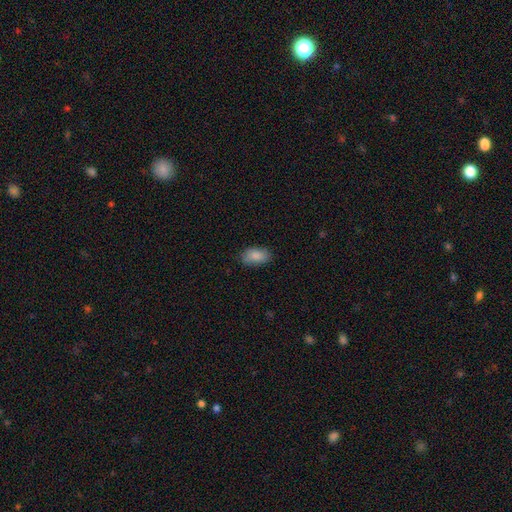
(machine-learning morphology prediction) smooth_or_featured: smooth (p=0.88) [alt: star or artifact p=0.07]
how_rounded: in between (p=0.93) [alt: round p=0.05]
merging: none (p=0.81) [alt: minor disturbance p=0.15]